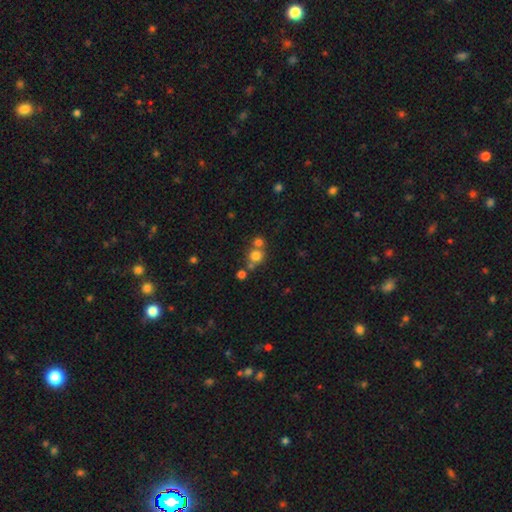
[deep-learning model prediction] Smooth or featured? Predicted: smooth (p=0.73). How rounded? Predicted: round (p=0.88). Merging? Predicted: none (p=0.54).